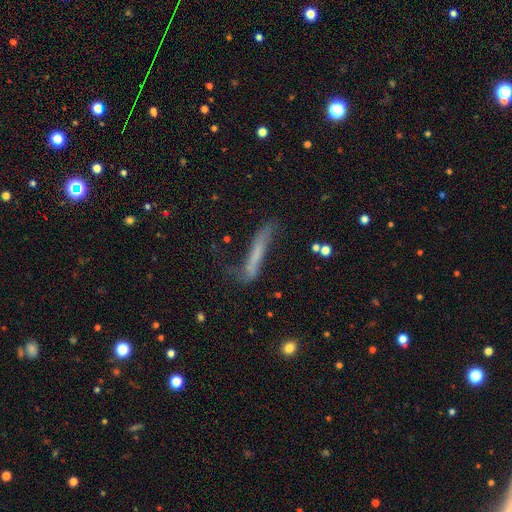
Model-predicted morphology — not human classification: This appears to be a smooth galaxy with no disk features (54%) that is cigar-shaped (91%). Merging: none (46%).